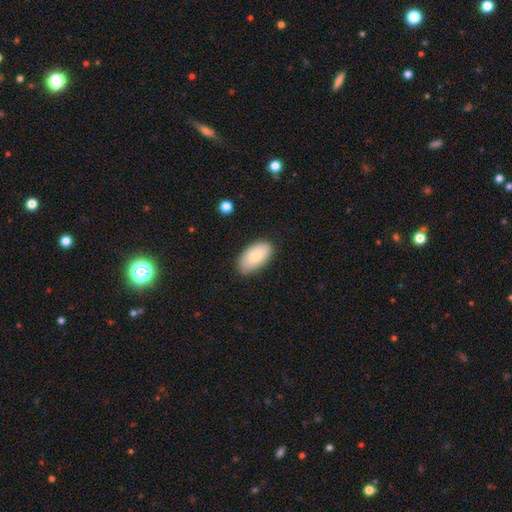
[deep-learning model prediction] This is clearly a smooth galaxy (83%). How rounded: clearly in between (95%). Merging: clearly none (84%).